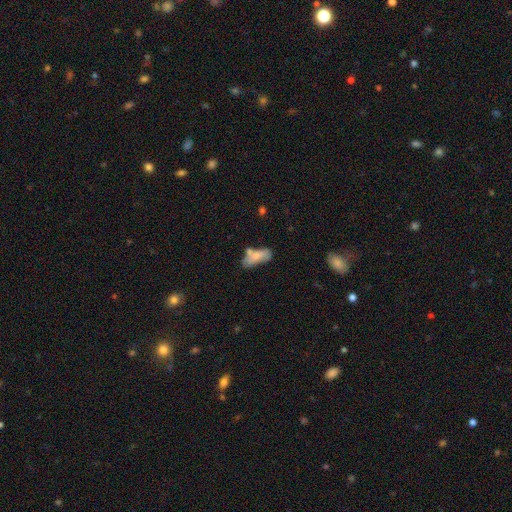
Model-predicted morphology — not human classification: Smooth or featured?
  - smooth: 66% *
  - featured or disk: 26%
  - star or artifact: 8%
How rounded?
  - in between: 81% *
  - cigar-shaped: 16%
  - round: 3%
Merging?
  - none: 37% *
  - merger: 27%
  - minor disturbance: 24%
  - major disturbance: 12%